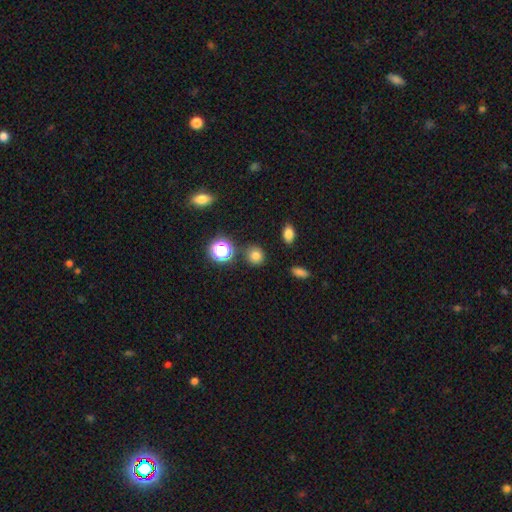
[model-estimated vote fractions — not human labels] Morphology: type=smooth (76%); roundness=round (85%); merging=none (83%).